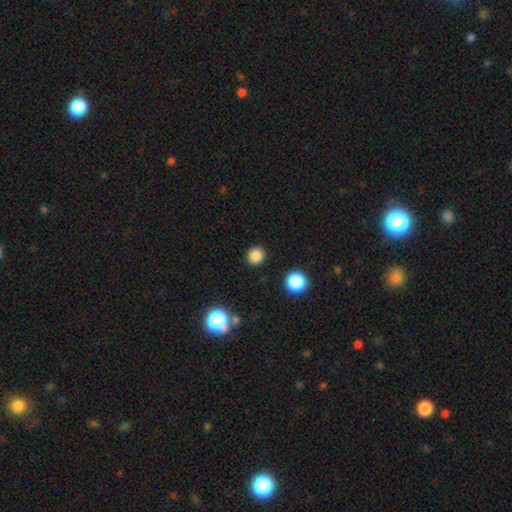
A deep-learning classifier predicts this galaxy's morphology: Smooth or featured: smooth — 84% (star or artifact — 13%)
How rounded: round — 83% (in between — 16%)
Merging: none — 90% (minor disturbance — 6%)